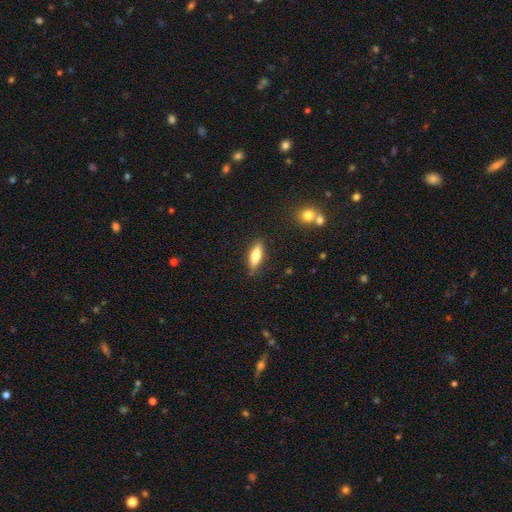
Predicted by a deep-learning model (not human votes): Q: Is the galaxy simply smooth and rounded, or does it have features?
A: smooth — 66%.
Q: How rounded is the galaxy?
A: in between — 52%.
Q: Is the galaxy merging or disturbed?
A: none — 85%.